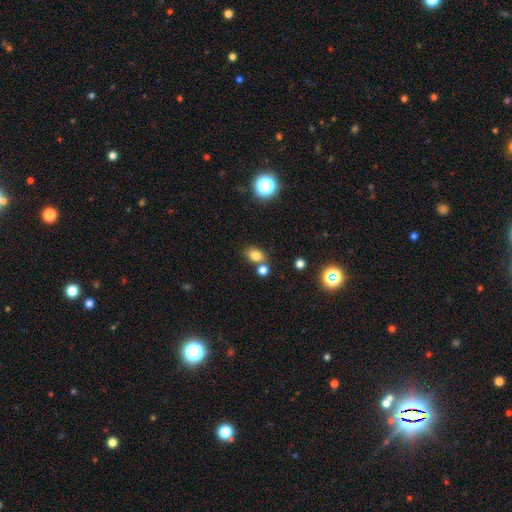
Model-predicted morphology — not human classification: smooth-or-featured: smooth: 77% | star or artifact: 15% | featured or disk: 8%
  how-rounded: in between: 64% | round: 34% | cigar-shaped: 1%
  merging: none: 63% | merger: 22% | minor disturbance: 11% | major disturbance: 4%